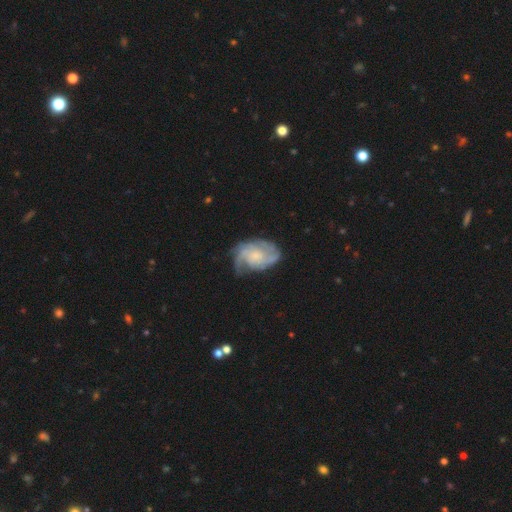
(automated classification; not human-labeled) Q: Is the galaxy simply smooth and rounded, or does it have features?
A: featured or disk — 82%.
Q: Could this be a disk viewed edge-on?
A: no — 98%.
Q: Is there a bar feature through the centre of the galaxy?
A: no — 70%.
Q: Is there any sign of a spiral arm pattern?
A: yes — 95%.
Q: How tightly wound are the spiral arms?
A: medium — 44%.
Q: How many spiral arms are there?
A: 3 — 32%.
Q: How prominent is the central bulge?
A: small — 40%.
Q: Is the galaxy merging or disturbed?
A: none — 64%.